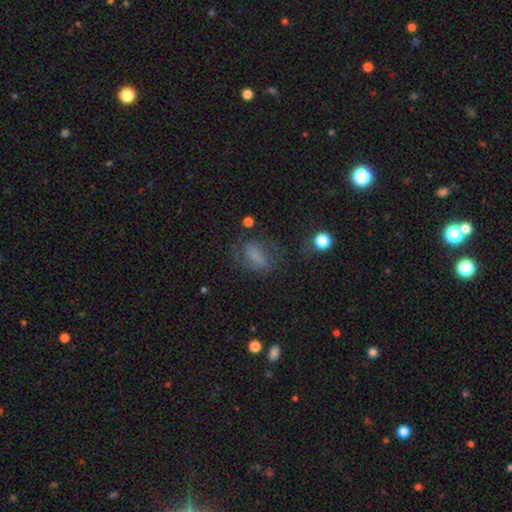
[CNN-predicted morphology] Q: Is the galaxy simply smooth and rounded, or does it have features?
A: smooth — 51%.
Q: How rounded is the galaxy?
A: in between — 77%.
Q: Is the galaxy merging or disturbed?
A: none — 54%.